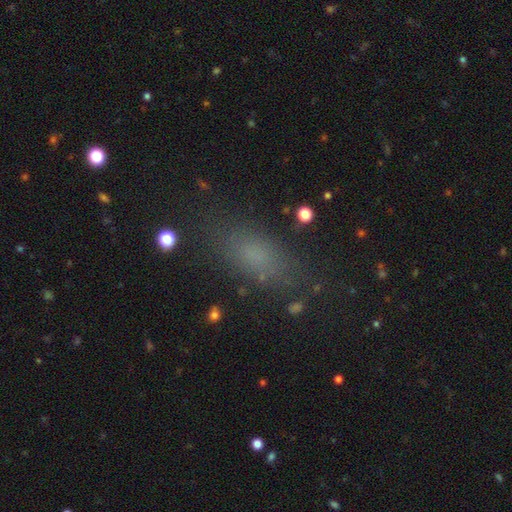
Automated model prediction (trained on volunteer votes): This appears to be a smooth galaxy with no disk features (69%) that is in between round and cigar-shaped (71%). Merging: none (79%).